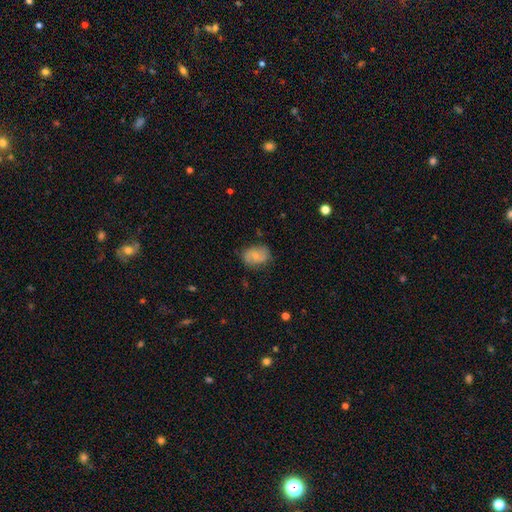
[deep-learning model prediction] Overall: smooth (71%). How rounded: in between (71%). Merging: none (68%).